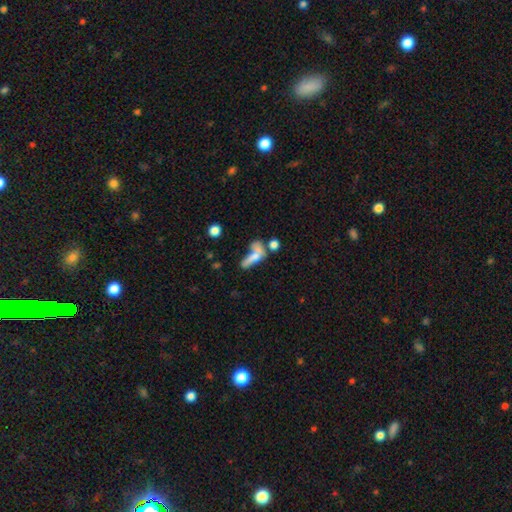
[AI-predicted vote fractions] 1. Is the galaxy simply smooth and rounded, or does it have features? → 57% smooth, 31% featured or disk, 12% star or artifact.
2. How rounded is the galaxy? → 53% in between, 36% cigar-shaped, 11% round.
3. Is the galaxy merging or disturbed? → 45% merger, 23% none, 20% major disturbance, 12% minor disturbance.